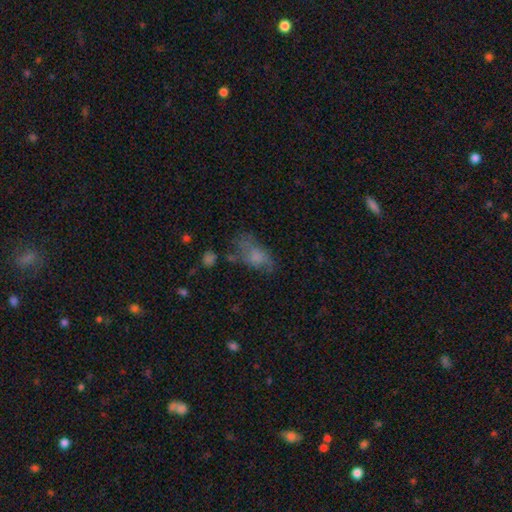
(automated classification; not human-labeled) Q: Smooth or featured?
A: smooth (61%); runner-up: featured or disk (27%)
Q: How rounded?
A: in between (85%); runner-up: round (8%)
Q: Merging?
A: none (41%); runner-up: minor disturbance (26%)